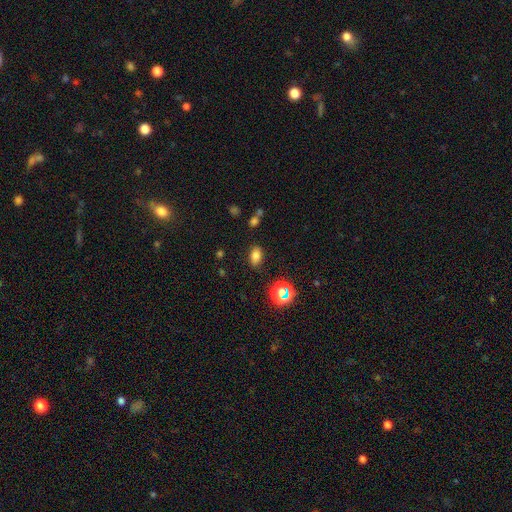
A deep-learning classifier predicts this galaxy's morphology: type=smooth (77%); roundness=in between (83%); merging=none (84%).